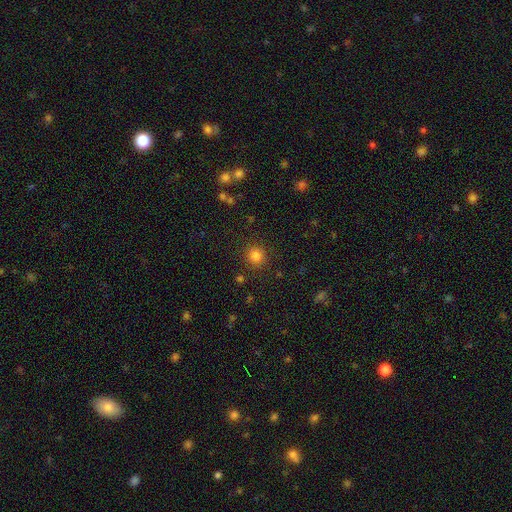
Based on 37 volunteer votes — A smooth galaxy with no disk features (92%) that is round (91%).

Vote fractions:
- Smooth or featured? smooth: 92% / star or artifact: 5% / featured or disk: 3%
- How rounded? round: 91% / in between: 9% / cigar-shaped: 0%
- Merging? none: 91% / major disturbance: 6% / minor disturbance: 3% / merger: 0%